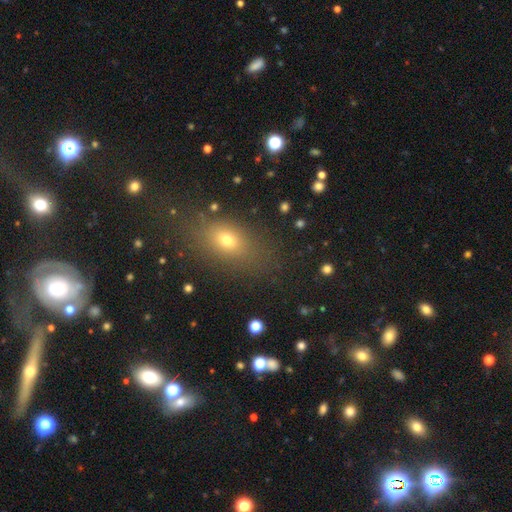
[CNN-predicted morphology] A smooth galaxy with no disk features (59%) that is in between round and cigar-shaped (70%).

Vote fractions:
- Smooth or featured? smooth: 59% / star or artifact: 27% / featured or disk: 14%
- How rounded? in between: 70% / round: 23% / cigar-shaped: 6%
- Merging? none: 83% / minor disturbance: 10% / major disturbance: 5% / merger: 3%